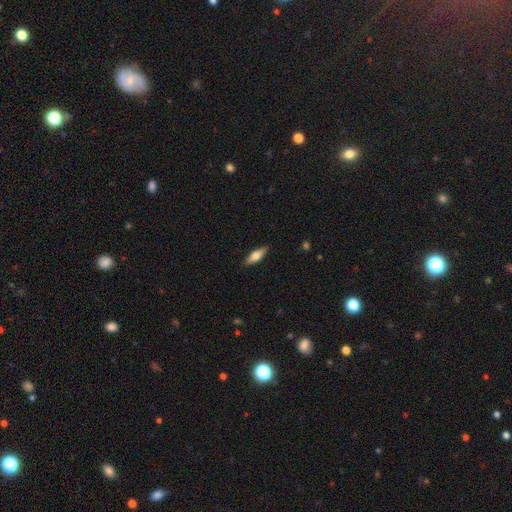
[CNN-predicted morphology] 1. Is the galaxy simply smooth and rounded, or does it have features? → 58% smooth, 36% featured or disk, 6% star or artifact.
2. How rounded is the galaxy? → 50% in between, 48% cigar-shaped, 2% round.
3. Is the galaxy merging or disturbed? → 88% none, 9% minor disturbance, 2% major disturbance, 1% merger.